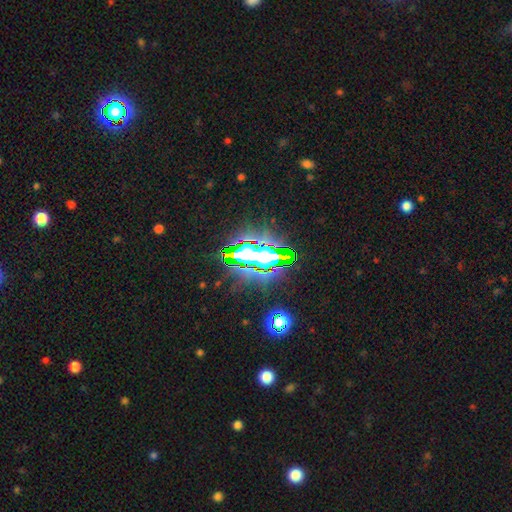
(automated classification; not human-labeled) star or artifact 61%, smooth 21%, featured or disk 19%.